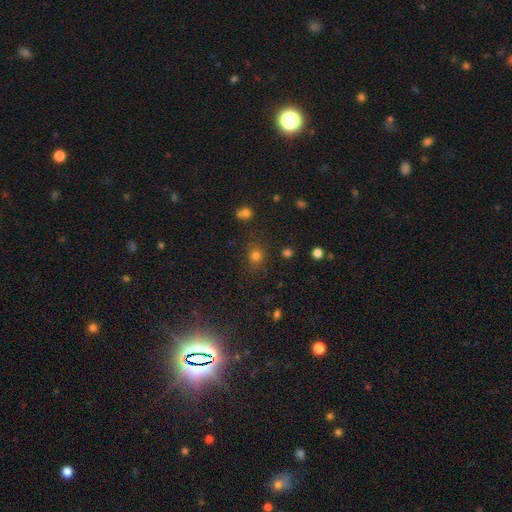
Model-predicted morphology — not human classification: Smooth or featured?
  - smooth: 72% *
  - star or artifact: 22%
  - featured or disk: 6%
How rounded?
  - round: 84% *
  - in between: 15%
  - cigar-shaped: 1%
Merging?
  - none: 82% *
  - minor disturbance: 10%
  - merger: 5%
  - major disturbance: 4%